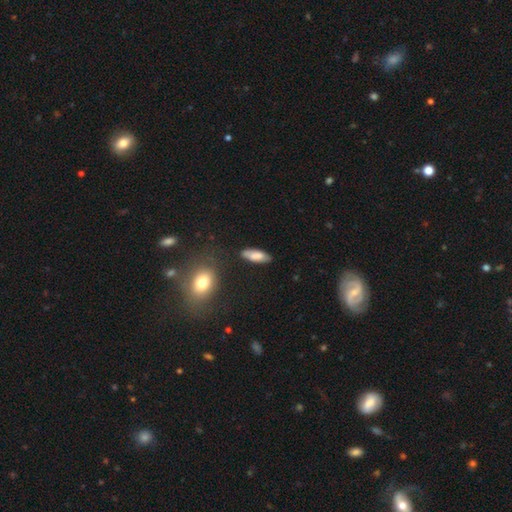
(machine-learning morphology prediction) Overall: smooth (78%). How rounded: in between (62%; cigar-shaped 36%). Merging: none (77%).